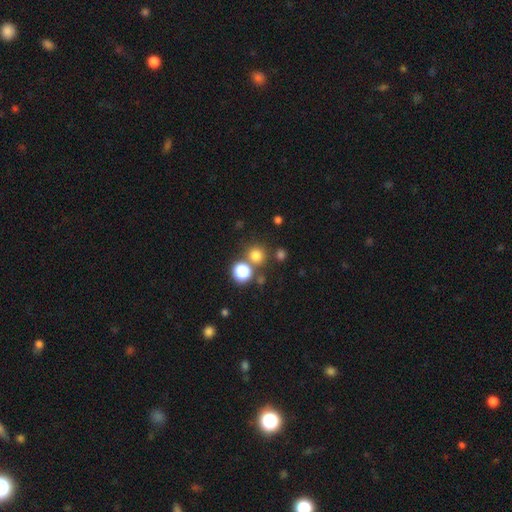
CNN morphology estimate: Overall: smooth (73%). How rounded: round (92%). Merging: none (75%).